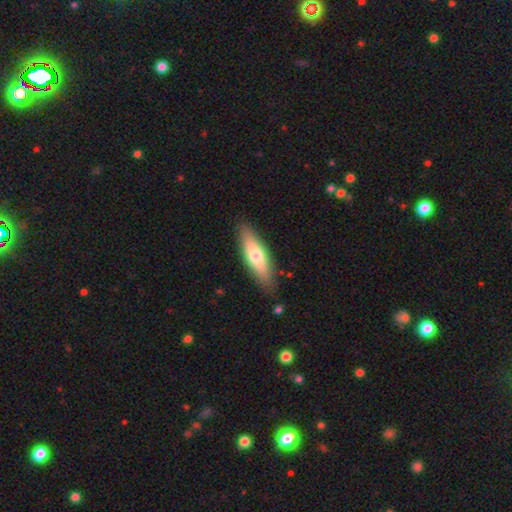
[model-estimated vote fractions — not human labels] smooth 63%, featured or disk 31%, star or artifact 6%. Down the decision tree: how rounded — cigar-shaped (54%); merging — none (86%).